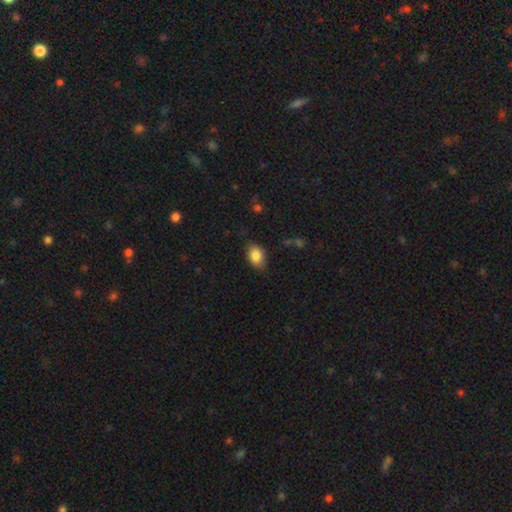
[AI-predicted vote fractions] This is clearly a smooth galaxy (85%). How rounded: likely in between (79%). Merging: likely none (73%).